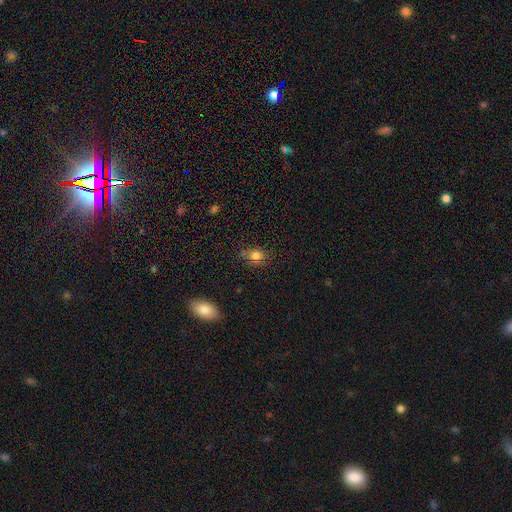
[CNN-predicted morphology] Smooth or featured? smooth (78%)
How rounded? in between (51%)
Merging? none (75%)